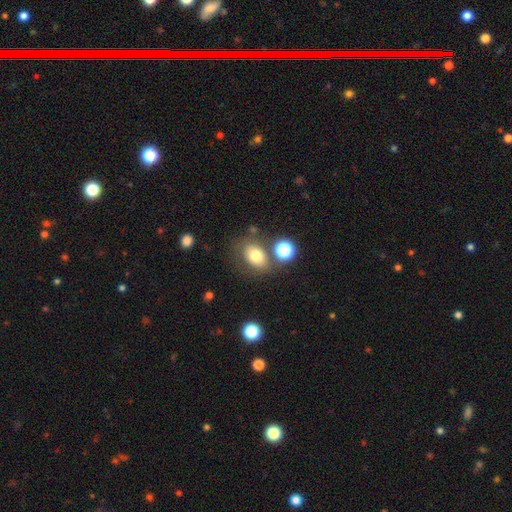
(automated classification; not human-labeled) smooth 75%, featured or disk 13%, star or artifact 12%. Down the decision tree: how rounded — in between (66%); merging — none (65%).